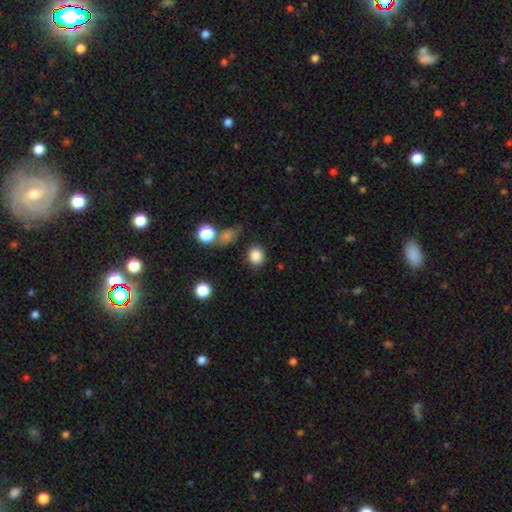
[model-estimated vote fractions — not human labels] A smooth galaxy with no disk features (85%) that is round (72%). Merging: none (82%).